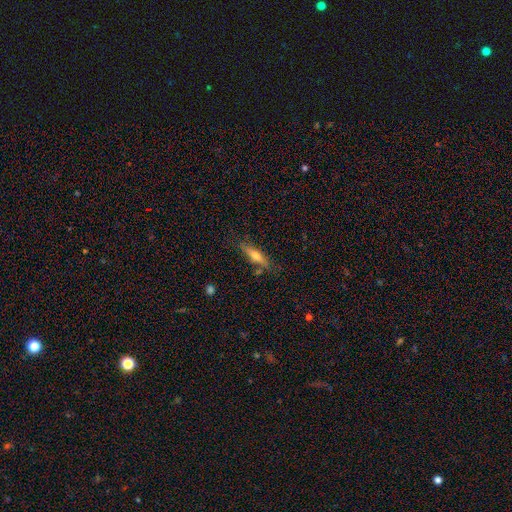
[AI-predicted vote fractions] A smooth galaxy with no disk features (52%) that is cigar-shaped (73%).

Vote fractions:
- Smooth or featured? smooth: 52% / featured or disk: 41% / star or artifact: 7%
- How rounded? cigar-shaped: 73% / in between: 25% / round: 2%
- Merging? none: 77% / minor disturbance: 15% / merger: 4% / major disturbance: 3%